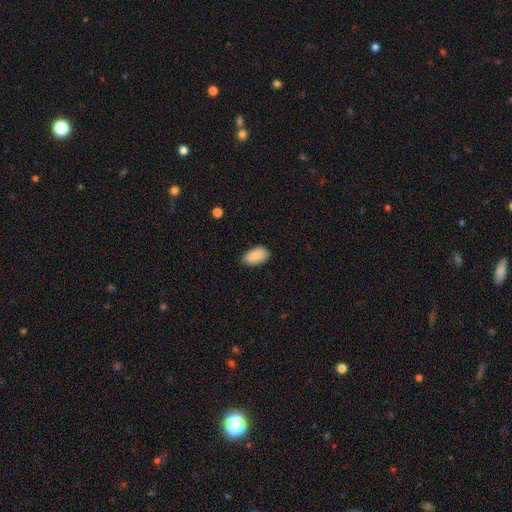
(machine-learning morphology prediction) Smooth or featured?
  - smooth: 88% *
  - star or artifact: 6%
  - featured or disk: 6%
How rounded?
  - in between: 94% *
  - round: 5%
  - cigar-shaped: 1%
Merging?
  - none: 80% *
  - minor disturbance: 16%
  - major disturbance: 3%
  - merger: 1%